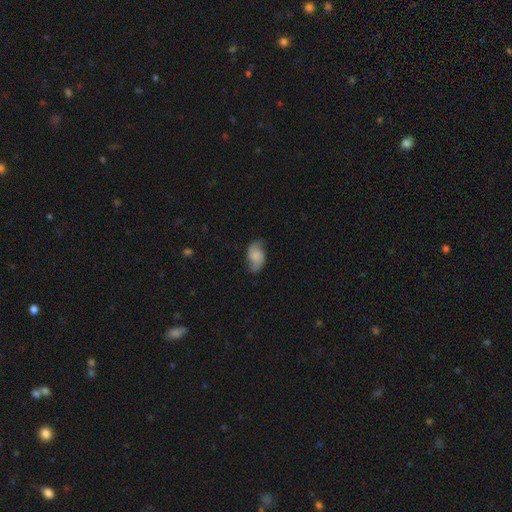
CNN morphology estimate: Smooth or featured? smooth (48%)
Merging? none (70%)